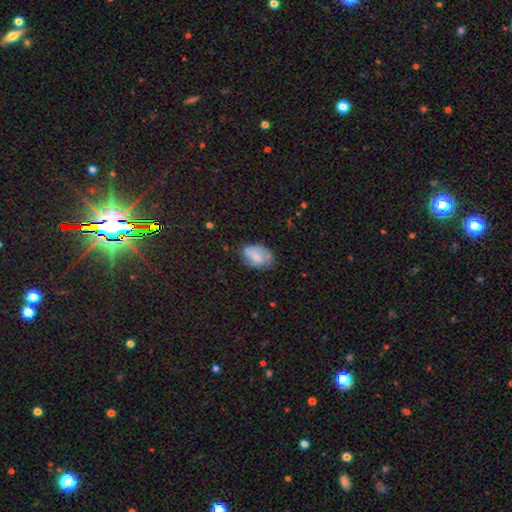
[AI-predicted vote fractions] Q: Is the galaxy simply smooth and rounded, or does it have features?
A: smooth — 62%.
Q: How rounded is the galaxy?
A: in between — 83%.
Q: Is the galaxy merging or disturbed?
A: none — 54%.